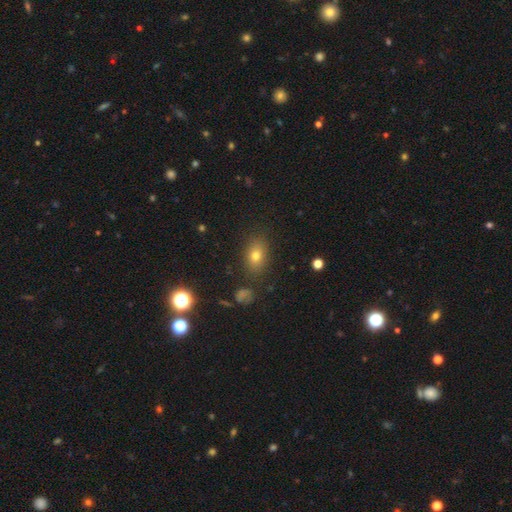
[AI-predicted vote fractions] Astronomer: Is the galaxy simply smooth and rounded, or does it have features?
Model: smooth — 73%.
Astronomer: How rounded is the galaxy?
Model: in between — 71%.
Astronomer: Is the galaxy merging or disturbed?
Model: none — 83%.